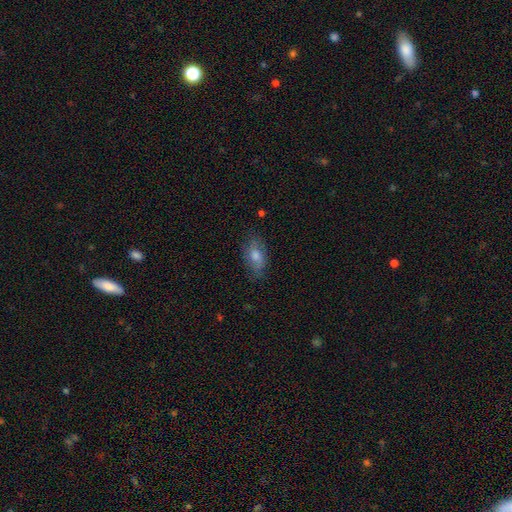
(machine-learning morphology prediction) Overall: smooth (60%; featured or disk 30%). How rounded: in between (86%). Merging: none (76%).